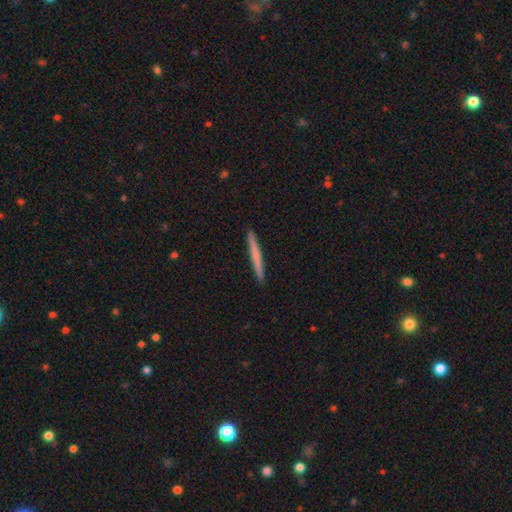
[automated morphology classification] smooth-or-featured: smooth: 57% | featured or disk: 37% | star or artifact: 5%
  how-rounded: cigar-shaped: 97% | in between: 2% | round: 1%
  merging: none: 93% | minor disturbance: 5% | major disturbance: 1% | merger: 1%